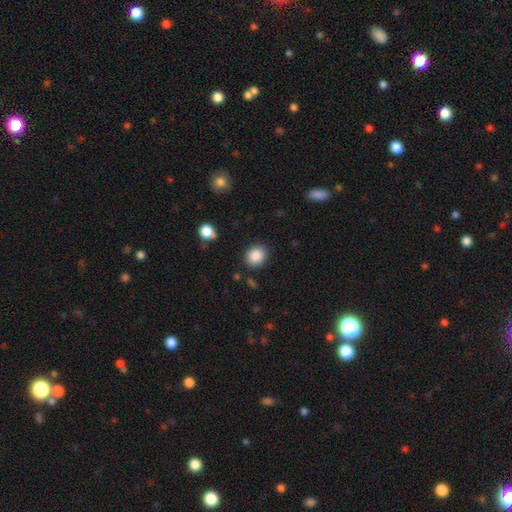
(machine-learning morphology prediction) smooth-or-featured: smooth: 87% | star or artifact: 9% | featured or disk: 4%
  how-rounded: round: 63% | in between: 36% | cigar-shaped: 1%
  merging: none: 85% | minor disturbance: 10% | major disturbance: 3% | merger: 2%